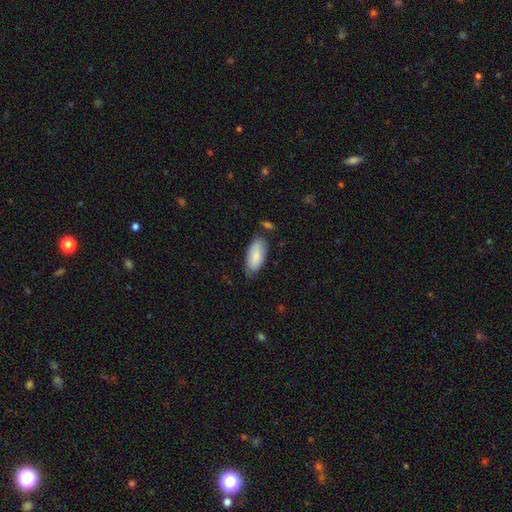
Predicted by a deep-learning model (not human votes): Smooth or featured? smooth (85%)
How rounded? in between (89%)
Merging? none (67%)